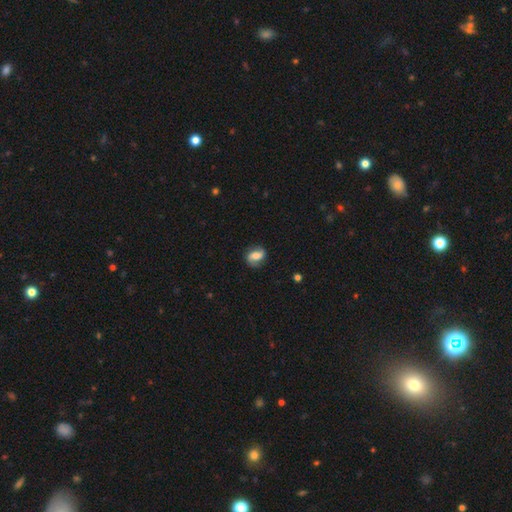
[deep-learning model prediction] This is possibly a featured or disk galaxy (54%). It is clearly not viewed edge-on (96%). Bar: marginally weak (39%). Spiral arm pattern: clearly yes (87%). Central bulge: possibly moderate (52%). Merging: likely none (77%).